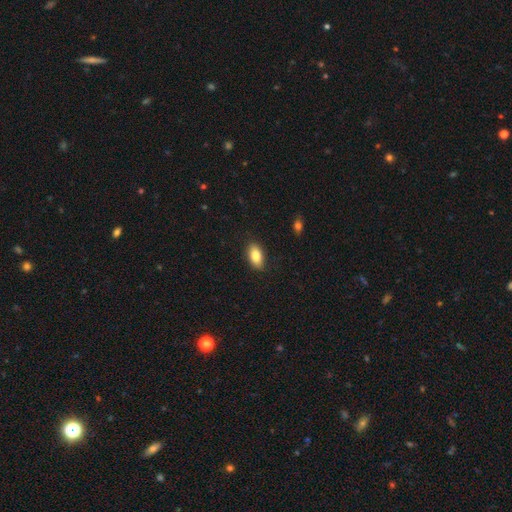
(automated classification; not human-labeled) This is clearly a smooth galaxy (85%). How rounded: clearly in between (91%). Merging: clearly none (87%).